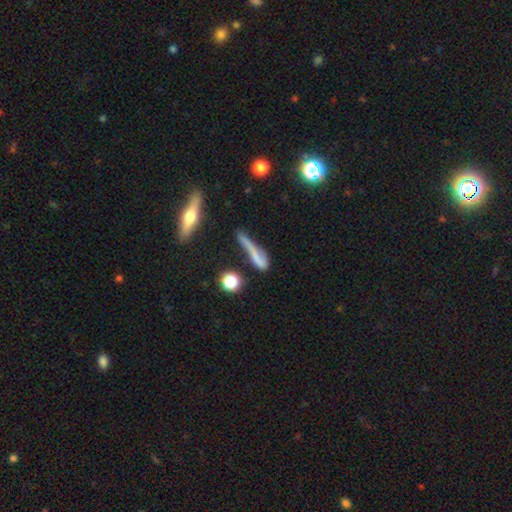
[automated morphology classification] Q: Smooth or featured?
A: smooth (53%); runner-up: featured or disk (37%)
Q: How rounded?
A: cigar-shaped (69%); runner-up: in between (22%)
Q: Merging?
A: none (37%); runner-up: minor disturbance (26%)